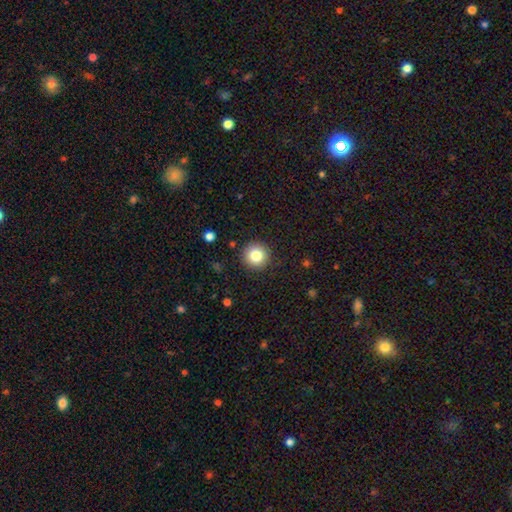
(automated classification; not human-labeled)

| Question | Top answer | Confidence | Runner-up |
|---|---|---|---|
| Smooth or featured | smooth | 82% | star or artifact (10%) |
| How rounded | round | 96% | in between (3%) |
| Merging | none | 91% | minor disturbance (6%) |